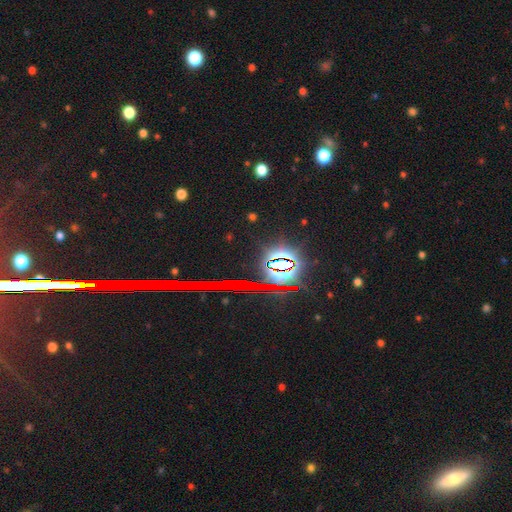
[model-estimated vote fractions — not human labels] Smooth or featured? star or artifact (82%)